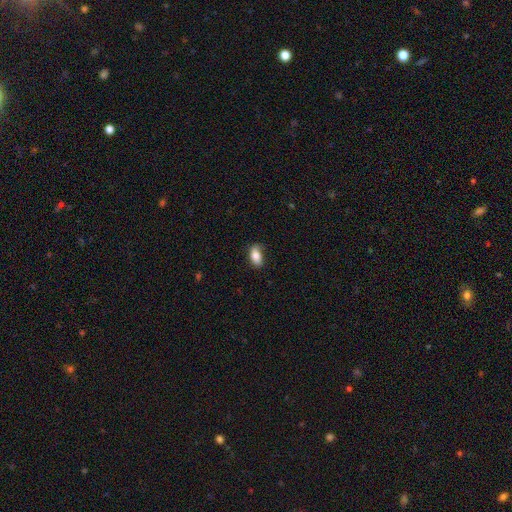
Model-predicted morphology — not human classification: smooth 81%, featured or disk 12%, star or artifact 7%. Down the decision tree: how rounded — in between (90%); merging — none (66%).